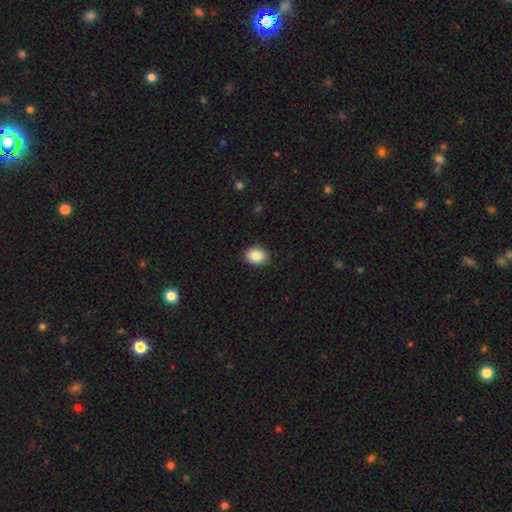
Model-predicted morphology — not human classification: smooth 86%, star or artifact 9%, featured or disk 6%. Down the decision tree: how rounded — round (57%); merging — none (91%).